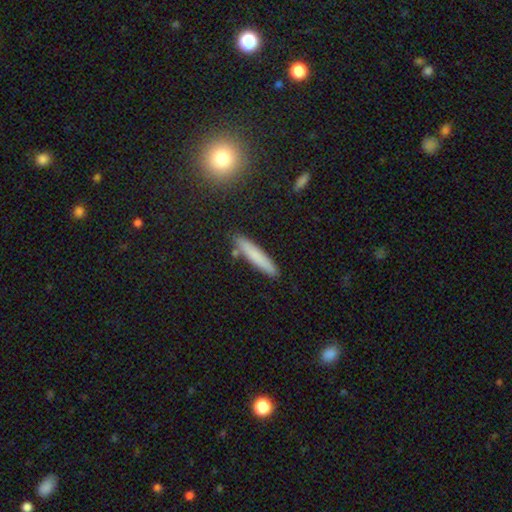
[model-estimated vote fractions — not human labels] Smooth or featured: smooth — 76% (featured or disk — 17%)
How rounded: cigar-shaped — 93% (in between — 5%)
Merging: none — 87% (minor disturbance — 8%)